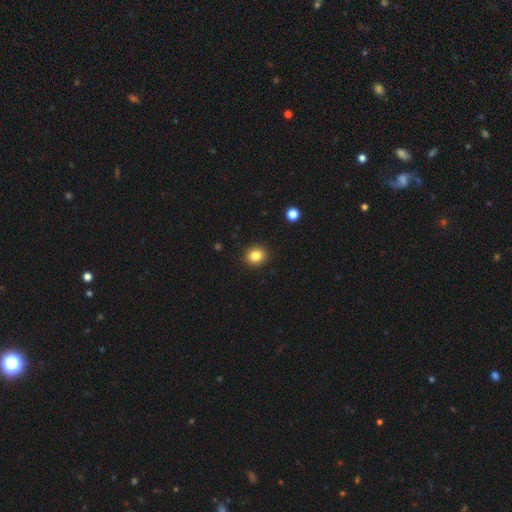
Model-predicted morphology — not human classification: A smooth galaxy with no disk features (83%) that is round (81%).

Vote fractions:
- Smooth or featured? smooth: 83% / star or artifact: 11% / featured or disk: 6%
- How rounded? round: 81% / in between: 18% / cigar-shaped: 1%
- Merging? none: 92% / minor disturbance: 5% / major disturbance: 2% / merger: 1%